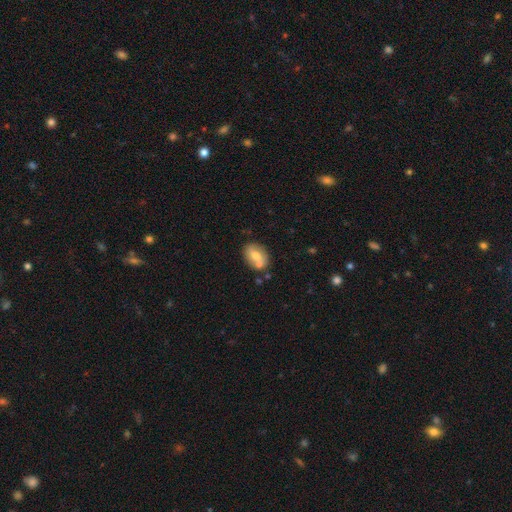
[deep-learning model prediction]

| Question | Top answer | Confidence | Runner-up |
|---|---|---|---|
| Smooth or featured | smooth | 67% | featured or disk (25%) |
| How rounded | in between | 72% | round (26%) |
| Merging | none | 60% | merger (23%) |